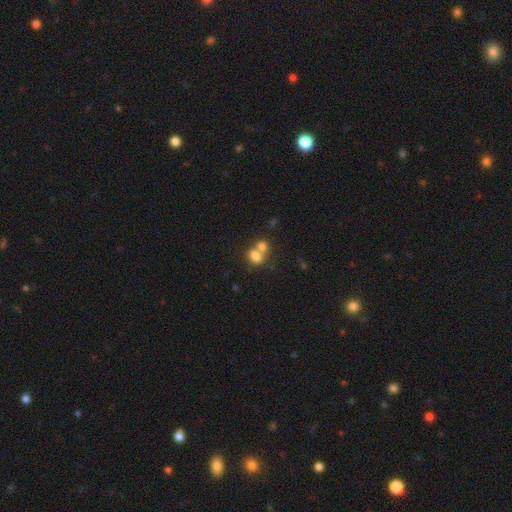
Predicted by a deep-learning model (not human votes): smooth-or-featured: smooth: 76% | featured or disk: 13% | star or artifact: 11%
  how-rounded: in between: 60% | round: 39% | cigar-shaped: 1%
  merging: merger: 60% | none: 29% | minor disturbance: 7% | major disturbance: 4%